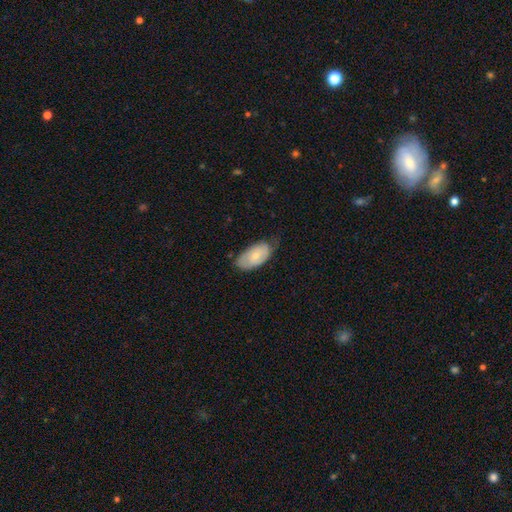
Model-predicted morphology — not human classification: Smooth or featured: smooth — 57% (featured or disk — 37%)
How rounded: in between — 94% (round — 3%)
Merging: none — 55% (minor disturbance — 35%)